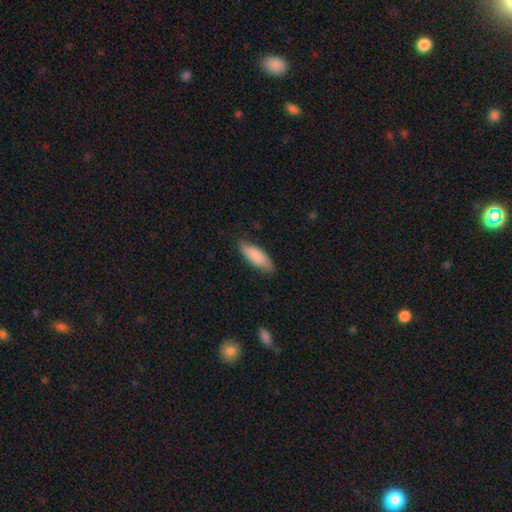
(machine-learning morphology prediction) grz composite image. It shows a smooth galaxy with no disk features (86%) that is in between round and cigar-shaped (66%). Merging: none (82%).